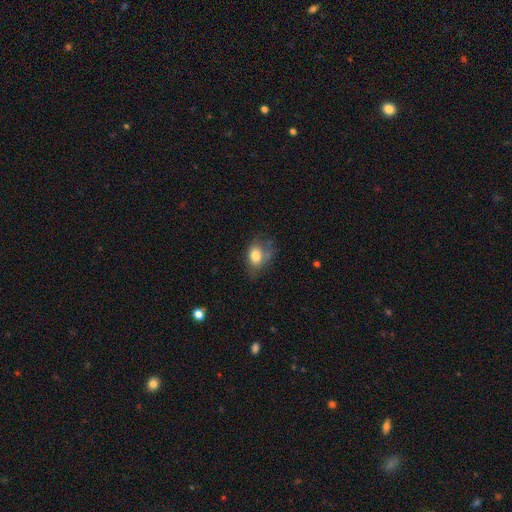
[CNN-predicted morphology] type=smooth (76%); roundness=in between (71%); merging=none (43%).